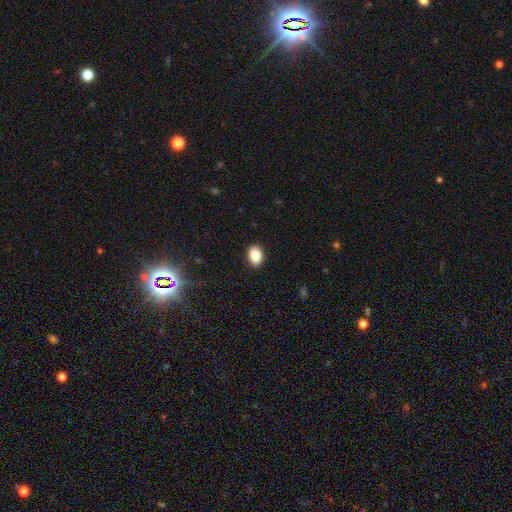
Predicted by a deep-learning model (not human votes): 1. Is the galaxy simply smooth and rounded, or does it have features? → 85% smooth, 9% star or artifact, 6% featured or disk.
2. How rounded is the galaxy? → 77% in between, 22% round, 1% cigar-shaped.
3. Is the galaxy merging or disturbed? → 90% none, 8% minor disturbance, 2% major disturbance, 1% merger.